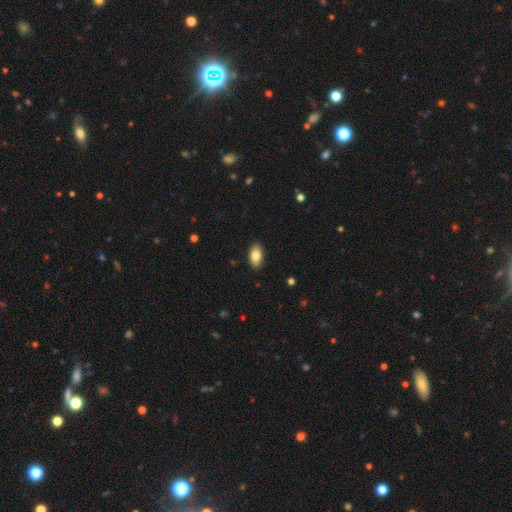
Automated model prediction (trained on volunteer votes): Morphology: type=smooth (84%); roundness=in between (93%); merging=none (89%).